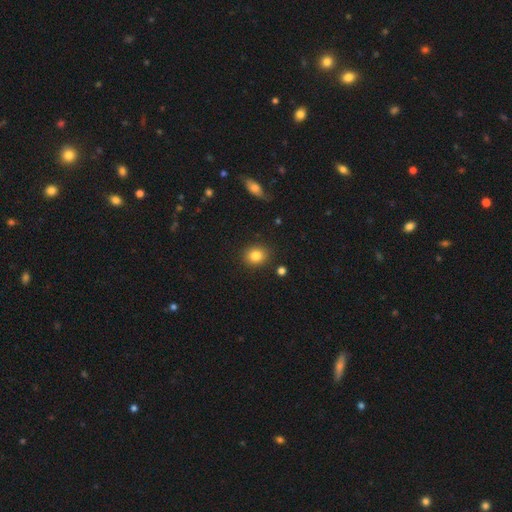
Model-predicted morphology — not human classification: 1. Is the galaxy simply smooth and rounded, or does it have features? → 83% smooth, 10% star or artifact, 7% featured or disk.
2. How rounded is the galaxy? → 69% round, 30% in between, 1% cigar-shaped.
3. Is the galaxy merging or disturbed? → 87% none, 8% minor disturbance, 2% major disturbance, 2% merger.